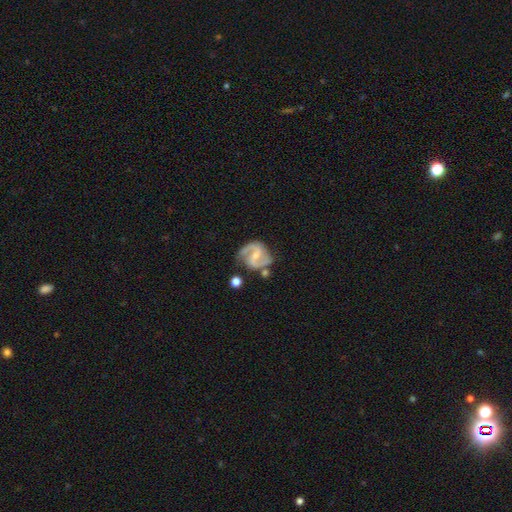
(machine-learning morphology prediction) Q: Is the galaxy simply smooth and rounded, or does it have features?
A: featured or disk — 89%.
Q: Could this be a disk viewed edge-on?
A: no — 98%.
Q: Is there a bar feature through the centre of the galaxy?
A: weak — 46%.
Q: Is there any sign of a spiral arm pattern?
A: yes — 97%.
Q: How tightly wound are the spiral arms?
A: medium — 58%.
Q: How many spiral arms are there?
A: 2 — 91%.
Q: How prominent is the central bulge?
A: small — 61%.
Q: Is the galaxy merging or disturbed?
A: none — 67%.